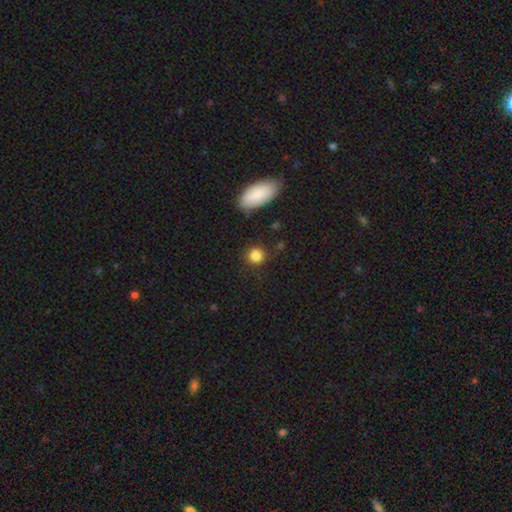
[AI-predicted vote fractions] Smooth or featured: smooth — 86% (star or artifact — 10%)
How rounded: round — 85% (in between — 14%)
Merging: none — 79% (minor disturbance — 13%)